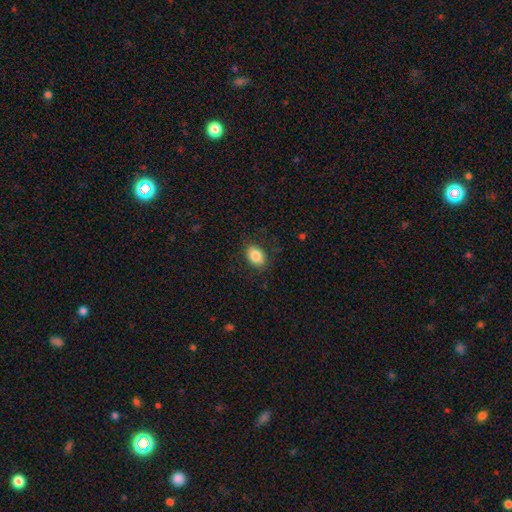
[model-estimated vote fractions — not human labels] smooth-or-featured: smooth: 85% | star or artifact: 8% | featured or disk: 7%
  how-rounded: in between: 83% | round: 16% | cigar-shaped: 1%
  merging: none: 84% | minor disturbance: 11% | major disturbance: 4% | merger: 1%